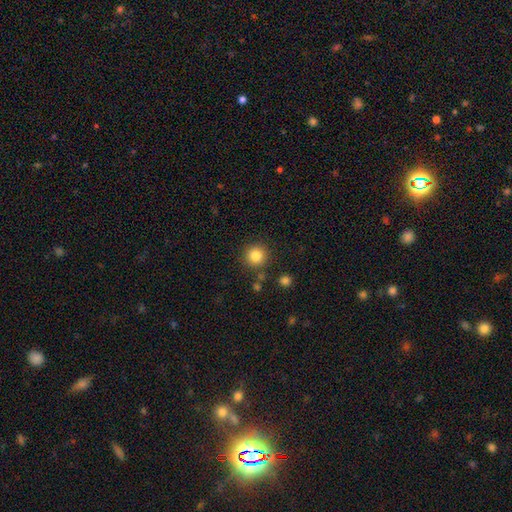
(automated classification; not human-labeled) The model was most divided on "smooth or featured": smooth: 85%, star or artifact: 10%, featured or disk: 5%. More confident: how rounded — round (94%); merging — none (86%).